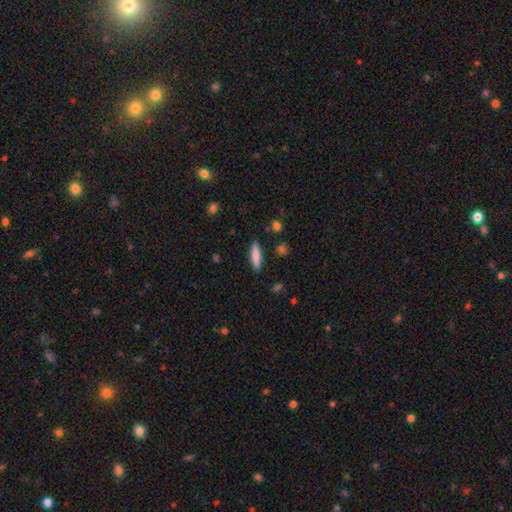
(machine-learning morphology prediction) Smooth or featured: smooth — 82% (featured or disk — 12%)
How rounded: cigar-shaped — 76% (in between — 22%)
Merging: none — 87% (minor disturbance — 9%)